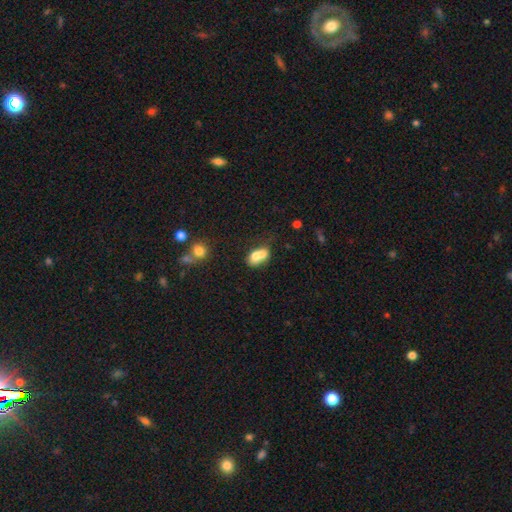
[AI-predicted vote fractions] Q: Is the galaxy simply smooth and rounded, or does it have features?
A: smooth — 71%.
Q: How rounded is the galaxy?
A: in between — 73%.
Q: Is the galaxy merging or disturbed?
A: merger — 61%.